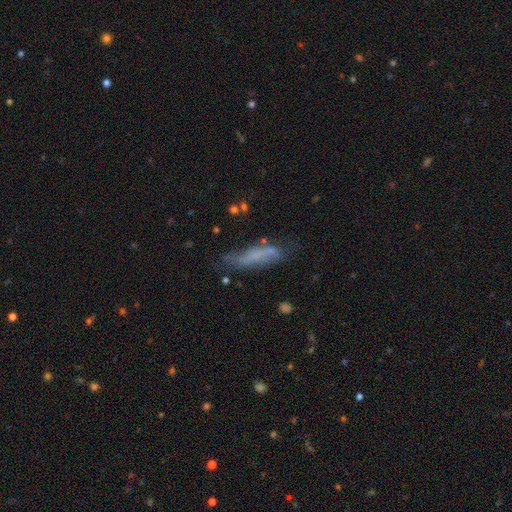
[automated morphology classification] Smooth or featured?
  - smooth: 51% *
  - featured or disk: 38%
  - star or artifact: 11%
How rounded?
  - cigar-shaped: 68% *
  - in between: 29%
  - round: 2%
Merging?
  - none: 51% *
  - minor disturbance: 27%
  - major disturbance: 15%
  - merger: 7%